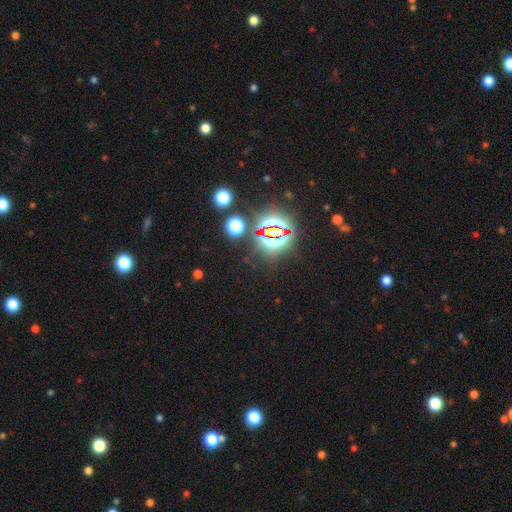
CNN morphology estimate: Smooth or featured? Predicted: star or artifact (p=0.82).